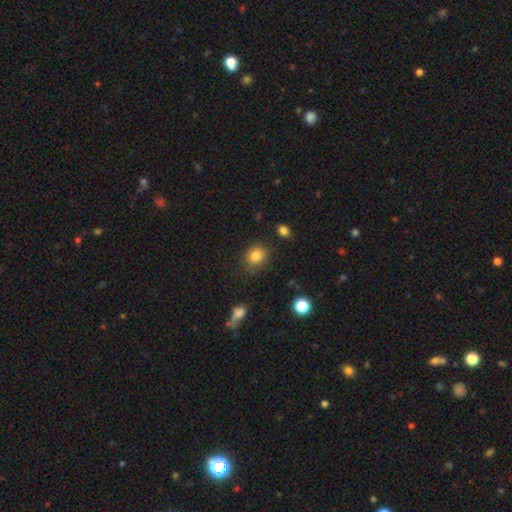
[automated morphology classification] Smooth or featured? Predicted: smooth (p=0.83). How rounded? Predicted: round (p=0.69). Merging? Predicted: none (p=0.78).